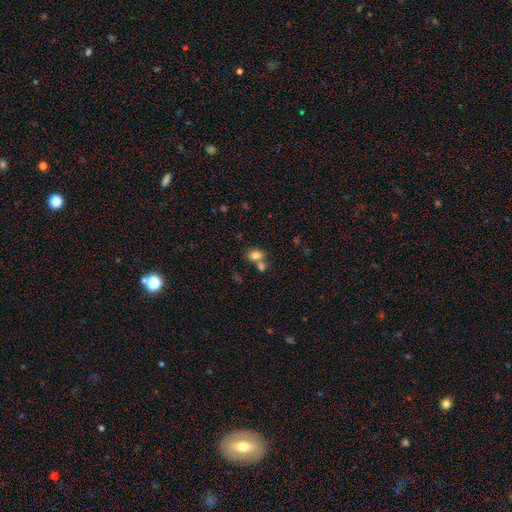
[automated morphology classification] Overall: smooth (80%). How rounded: in between (70%). Merging: none (45%; merger 40%).